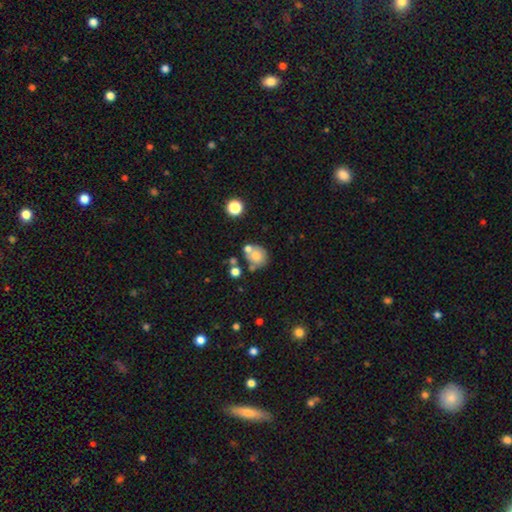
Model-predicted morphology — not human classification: The model was most divided on "merging": none: 49%, merger: 28%, minor disturbance: 16%, major disturbance: 7%. More confident: how rounded — round (74%); smooth or featured — smooth (69%).